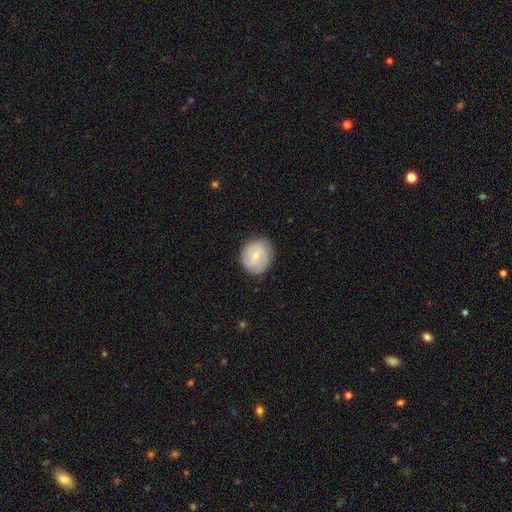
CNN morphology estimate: A smooth galaxy with no disk features (49%).

Vote fractions:
- Smooth or featured? smooth: 49% / featured or disk: 44% / star or artifact: 7%
- Merging? none: 82% / minor disturbance: 14% / major disturbance: 3% / merger: 1%